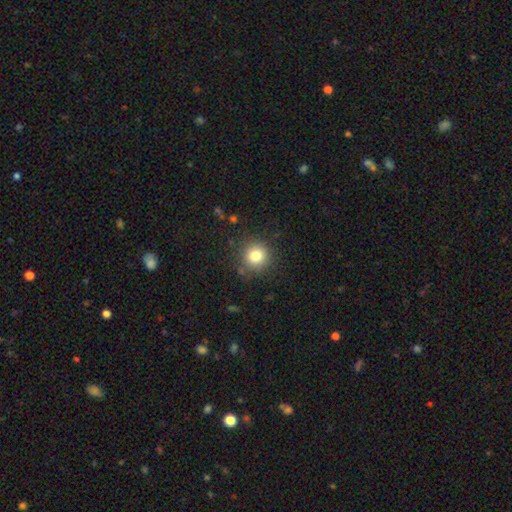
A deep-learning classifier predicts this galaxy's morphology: Smooth or featured?
  - smooth: 81% *
  - star or artifact: 12%
  - featured or disk: 7%
How rounded?
  - round: 93% *
  - in between: 6%
  - cigar-shaped: 1%
Merging?
  - none: 86% *
  - minor disturbance: 9%
  - major disturbance: 3%
  - merger: 2%